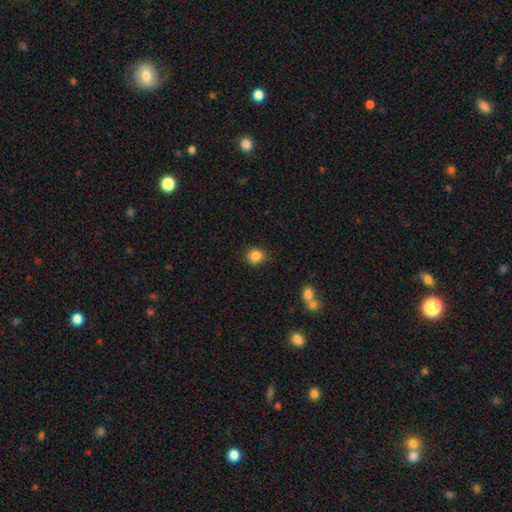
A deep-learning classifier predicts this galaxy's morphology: Overall: smooth (85%). How rounded: round (80%). Merging: none (79%).